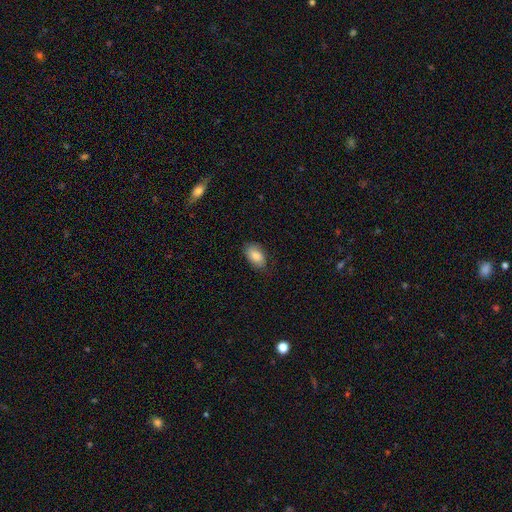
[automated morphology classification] smooth-or-featured: smooth: 84% | featured or disk: 9% | star or artifact: 7%
  how-rounded: in between: 92% | round: 6% | cigar-shaped: 2%
  merging: none: 79% | minor disturbance: 17% | major disturbance: 4% | merger: 1%